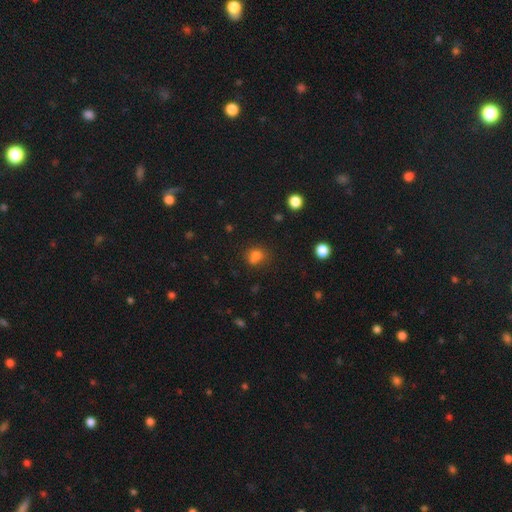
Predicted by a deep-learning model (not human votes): Smooth or featured?
  - smooth: 75% *
  - star or artifact: 16%
  - featured or disk: 9%
How rounded?
  - round: 67% *
  - in between: 32%
  - cigar-shaped: 1%
Merging?
  - none: 56% *
  - merger: 20%
  - minor disturbance: 18%
  - major disturbance: 6%